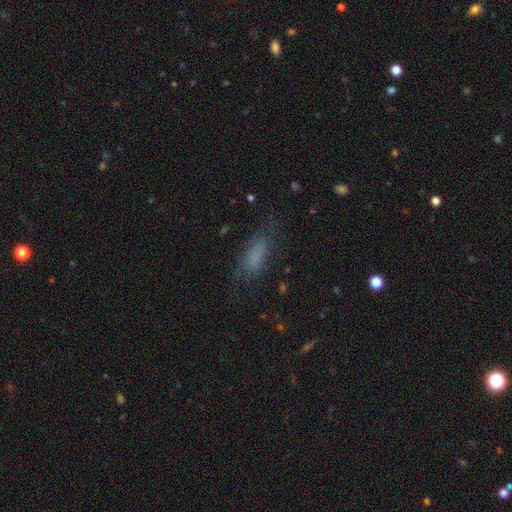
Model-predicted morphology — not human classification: Overall: smooth (70%). How rounded: in between (66%; cigar-shaped 30%). Merging: none (64%).